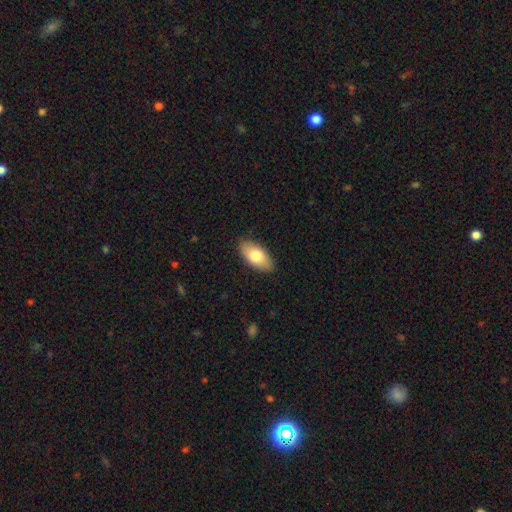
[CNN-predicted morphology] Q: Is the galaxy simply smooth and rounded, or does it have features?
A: smooth — 75%.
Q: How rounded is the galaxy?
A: in between — 92%.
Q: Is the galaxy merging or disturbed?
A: none — 87%.